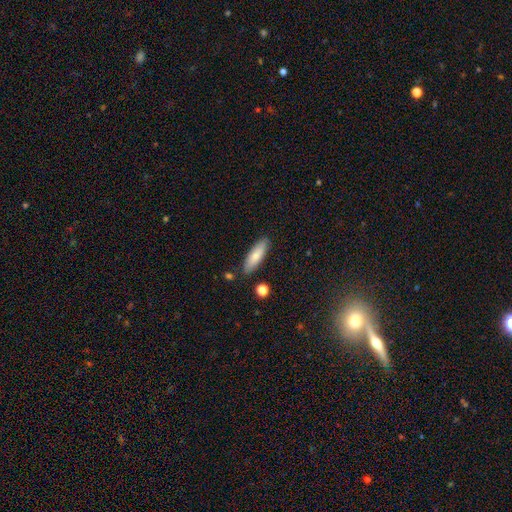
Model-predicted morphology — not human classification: Smooth or featured?
  - smooth: 76% *
  - featured or disk: 18%
  - star or artifact: 6%
How rounded?
  - cigar-shaped: 49% * (tied)
  - in between: 49% * (tied)
  - round: 2%
Merging?
  - none: 85% *
  - minor disturbance: 11%
  - merger: 3%
  - major disturbance: 2%